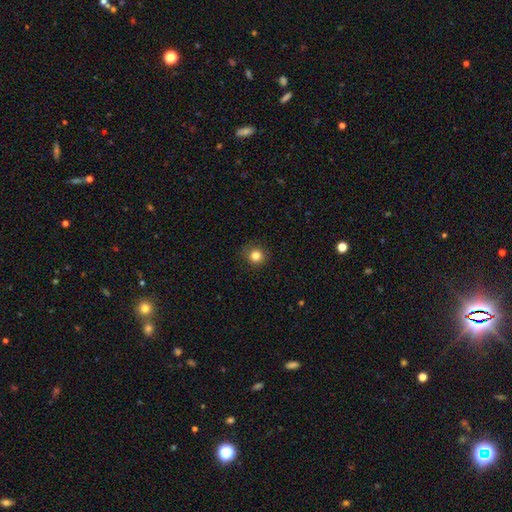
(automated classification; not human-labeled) A smooth galaxy with no disk features (83%) that is round (92%). Merging: none (89%).